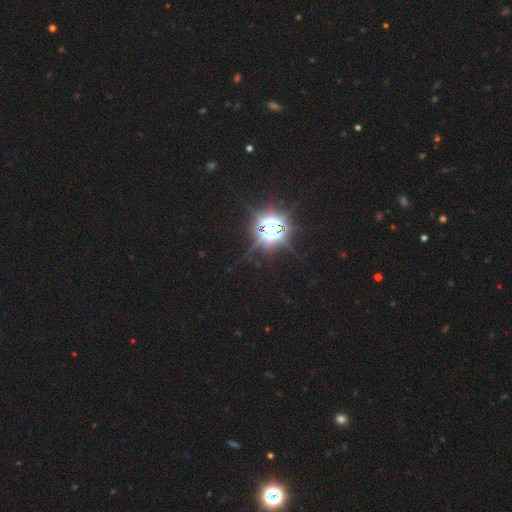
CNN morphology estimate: smooth-or-featured: star or artifact: 84% | smooth: 11% | featured or disk: 5%